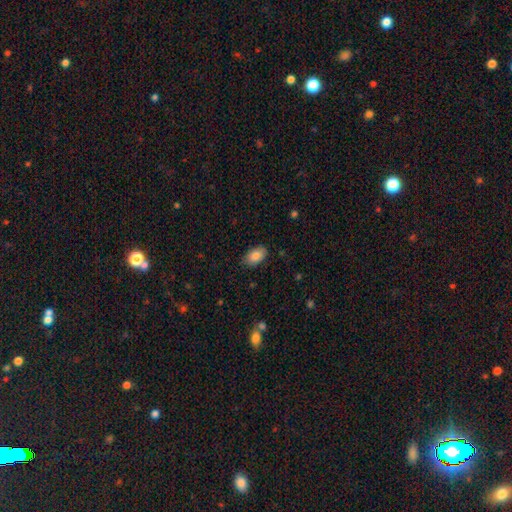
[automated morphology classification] Smooth or featured?
  - smooth: 85% *
  - featured or disk: 8%
  - star or artifact: 7%
How rounded?
  - in between: 92% *
  - round: 6%
  - cigar-shaped: 2%
Merging?
  - none: 83% *
  - minor disturbance: 13%
  - major disturbance: 2%
  - merger: 1%